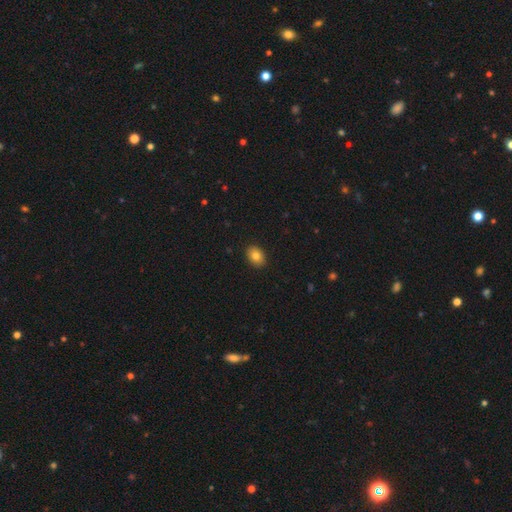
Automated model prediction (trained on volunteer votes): This appears to be a smooth galaxy with no disk features (83%) that is in between round and cigar-shaped (70%). Merging: none (90%).